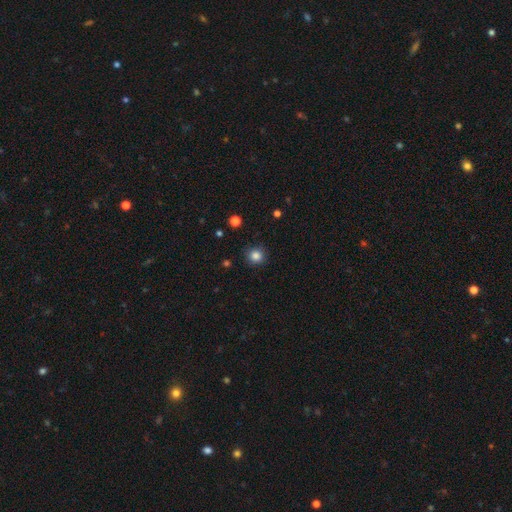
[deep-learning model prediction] smooth 83%, star or artifact 12%, featured or disk 4%. Down the decision tree: how rounded — round (92%); merging — none (89%).